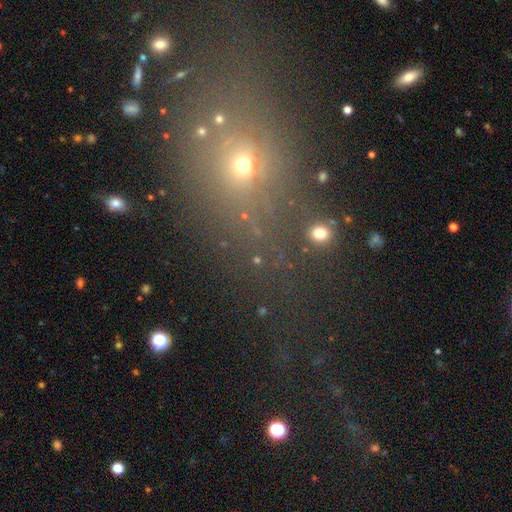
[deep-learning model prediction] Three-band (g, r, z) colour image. It shows a star or artifact, not a galaxy (42%).